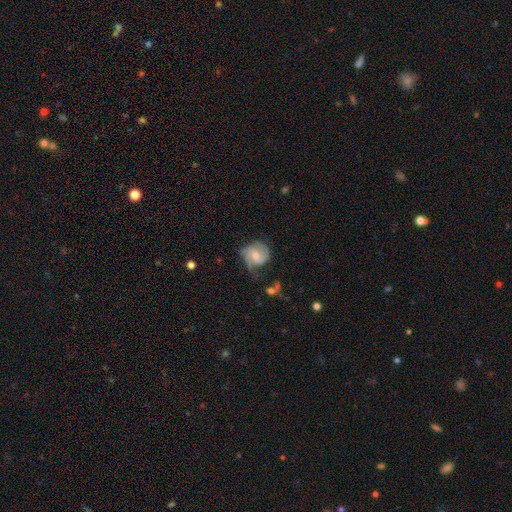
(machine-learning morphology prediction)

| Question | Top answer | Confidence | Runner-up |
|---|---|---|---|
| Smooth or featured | featured or disk | 66% | smooth (28%) |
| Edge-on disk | no | 97% | yes (3%) |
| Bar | no | 45% | tied: weak (45%) |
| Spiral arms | yes | 88% | no (12%) |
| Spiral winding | medium | 44% | tight (33%) |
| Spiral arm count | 2 | 61% | can't tell (15%) |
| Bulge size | moderate | 59% | small (30%) |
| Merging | none | 45% | minor disturbance (29%) |